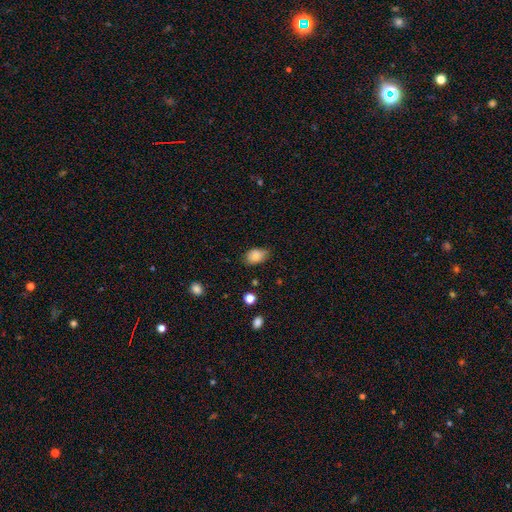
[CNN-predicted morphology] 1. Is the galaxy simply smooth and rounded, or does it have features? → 85% smooth, 8% star or artifact, 7% featured or disk.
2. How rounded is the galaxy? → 83% in between, 16% round, 1% cigar-shaped.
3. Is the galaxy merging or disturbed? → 69% none, 25% minor disturbance, 4% major disturbance, 2% merger.